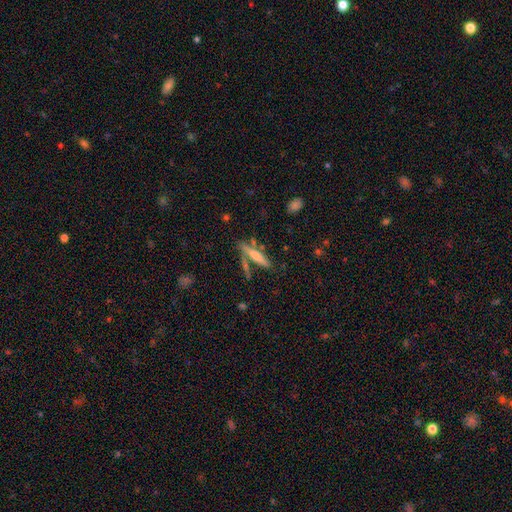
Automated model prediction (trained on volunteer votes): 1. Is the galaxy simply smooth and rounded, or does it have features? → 54% smooth, 39% featured or disk, 7% star or artifact.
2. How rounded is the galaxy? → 86% cigar-shaped, 12% in between, 2% round.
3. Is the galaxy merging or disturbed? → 62% none, 18% merger, 14% minor disturbance, 6% major disturbance.